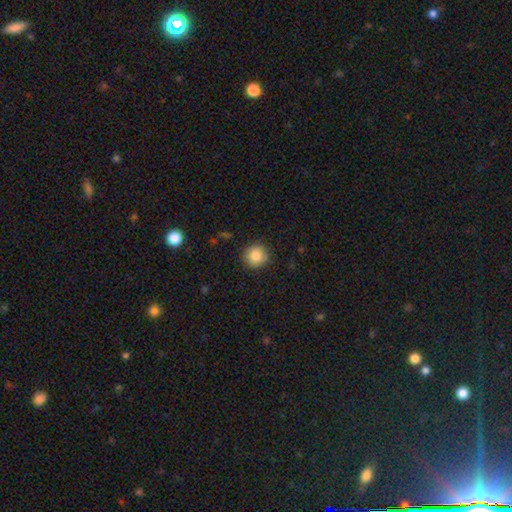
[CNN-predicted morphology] A smooth galaxy with no disk features (85%) that is round (92%).

Vote fractions:
- Smooth or featured? smooth: 85% / star or artifact: 9% / featured or disk: 6%
- How rounded? round: 92% / in between: 7% / cigar-shaped: 1%
- Merging? none: 90% / minor disturbance: 7% / major disturbance: 2% / merger: 1%